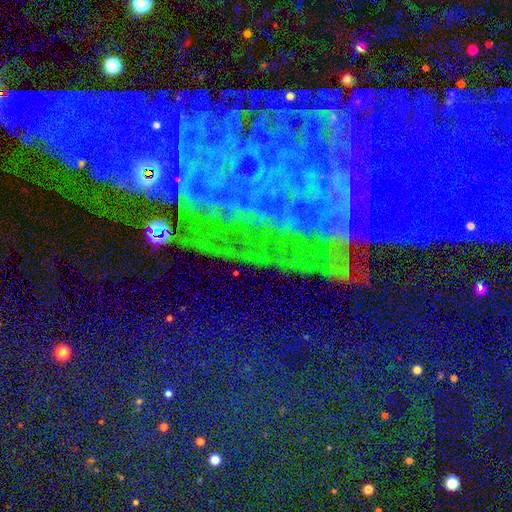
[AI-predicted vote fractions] Q: Smooth or featured?
A: star or artifact (77%); runner-up: featured or disk (14%)